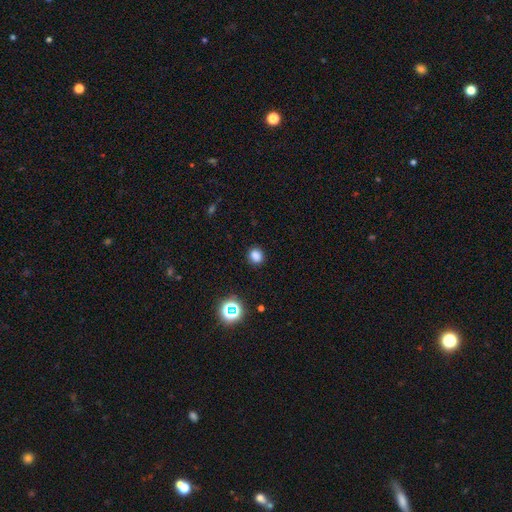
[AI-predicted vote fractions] smooth-or-featured: smooth: 81% | star or artifact: 15% | featured or disk: 4%
  how-rounded: round: 77% | in between: 23% | cigar-shaped: 1%
  merging: none: 88% | minor disturbance: 8% | major disturbance: 3% | merger: 1%